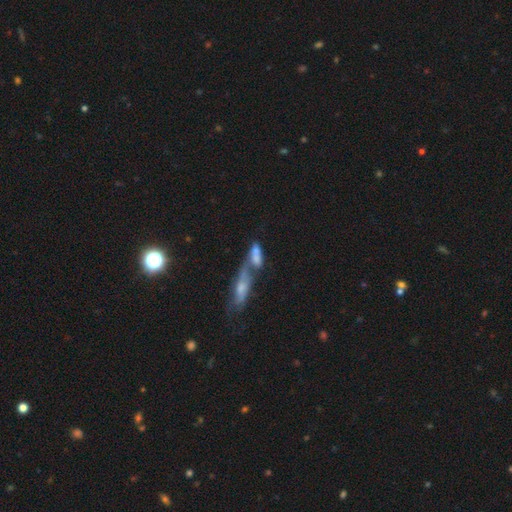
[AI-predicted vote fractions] Overall: smooth (62%; featured or disk 28%). How rounded: in between (66%; cigar-shaped 29%). Merging: merger (69%).